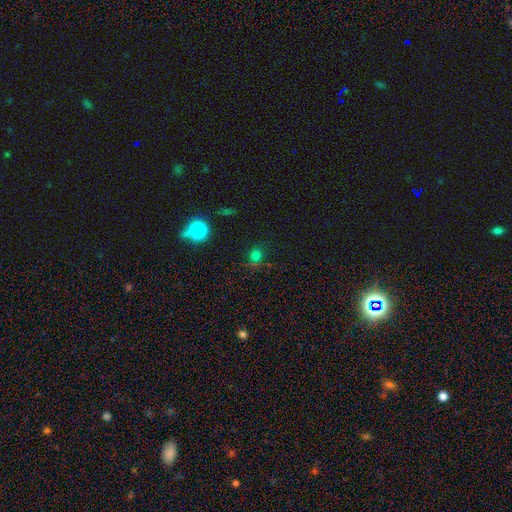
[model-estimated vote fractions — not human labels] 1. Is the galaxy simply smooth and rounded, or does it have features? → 63% smooth, 30% star or artifact, 7% featured or disk.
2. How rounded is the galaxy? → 85% round, 14% in between, 1% cigar-shaped.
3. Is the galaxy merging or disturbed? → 74% none, 14% minor disturbance, 7% major disturbance, 5% merger.